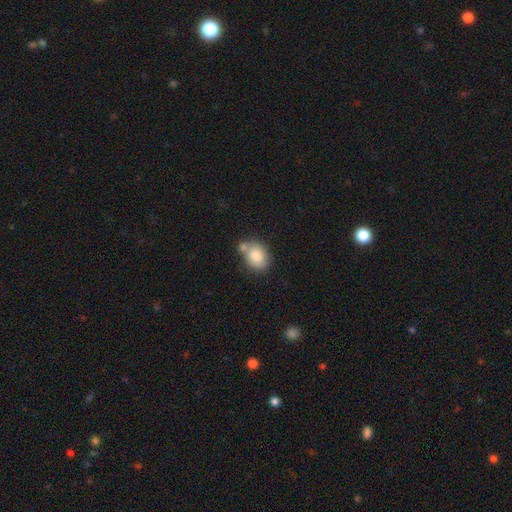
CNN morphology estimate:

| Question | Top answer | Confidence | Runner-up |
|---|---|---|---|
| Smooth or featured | smooth | 82% | featured or disk (11%) |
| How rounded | in between | 50% | round (49%) |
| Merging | none | 49% | merger (30%) |